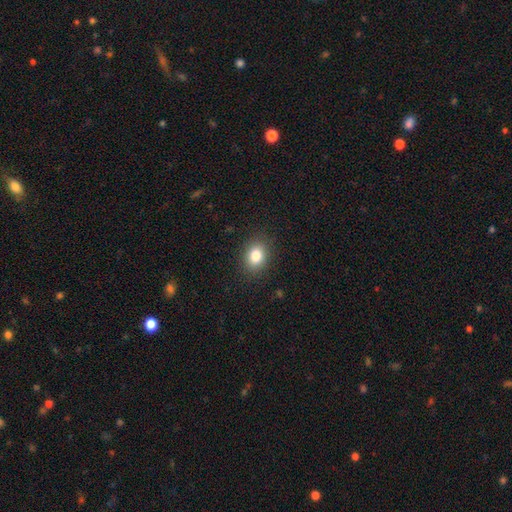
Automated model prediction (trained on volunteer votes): Smooth or featured? Predicted: smooth (p=0.82). How rounded? Predicted: in between (p=0.57). Merging? Predicted: none (p=0.88).